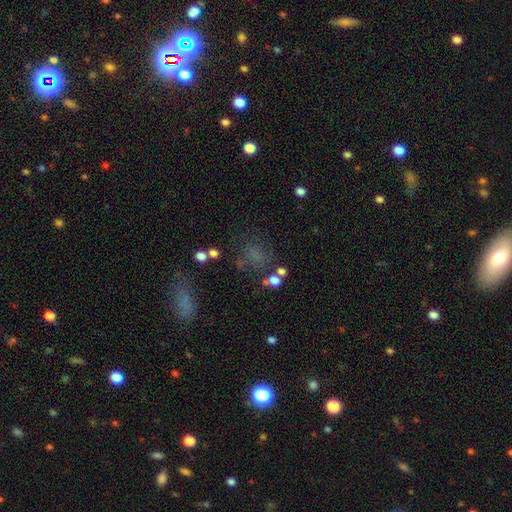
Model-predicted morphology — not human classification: Overall: smooth (52%; star or artifact 30%). How rounded: round (52%; in between 44%). Merging: none (57%).